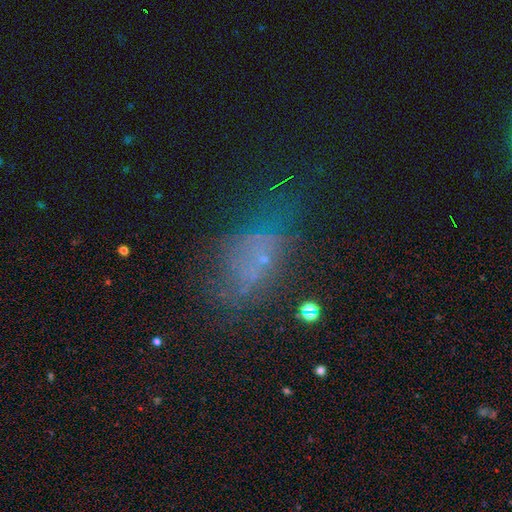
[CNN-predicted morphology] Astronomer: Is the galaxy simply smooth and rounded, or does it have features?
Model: smooth — 38% (runner-up: star or artifact, 32%).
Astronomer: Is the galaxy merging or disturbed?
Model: none — 45% (runner-up: major disturbance, 26%).